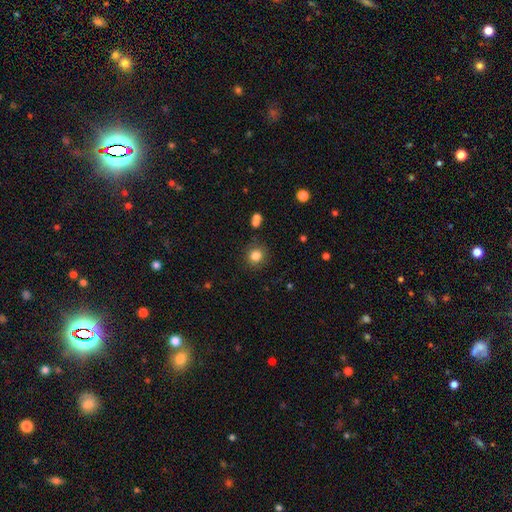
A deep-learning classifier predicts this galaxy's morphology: A smooth galaxy with no disk features (83%) that is round (88%).

Vote fractions:
- Smooth or featured? smooth: 83% / star or artifact: 12% / featured or disk: 5%
- How rounded? round: 88% / in between: 12% / cigar-shaped: 1%
- Merging? none: 85% / minor disturbance: 9% / major disturbance: 3% / merger: 3%